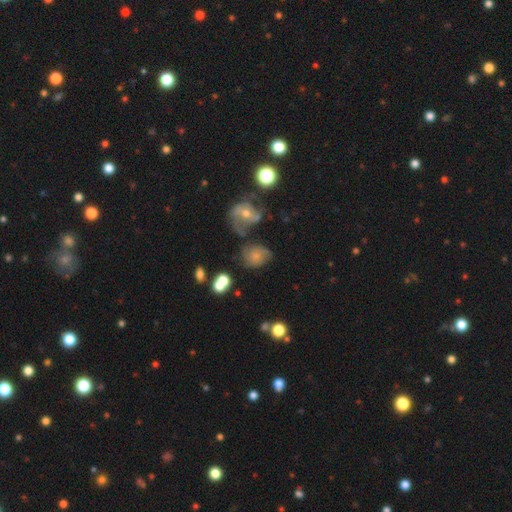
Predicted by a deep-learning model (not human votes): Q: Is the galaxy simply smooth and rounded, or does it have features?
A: featured or disk — 46%.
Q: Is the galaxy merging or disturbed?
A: none — 42%.